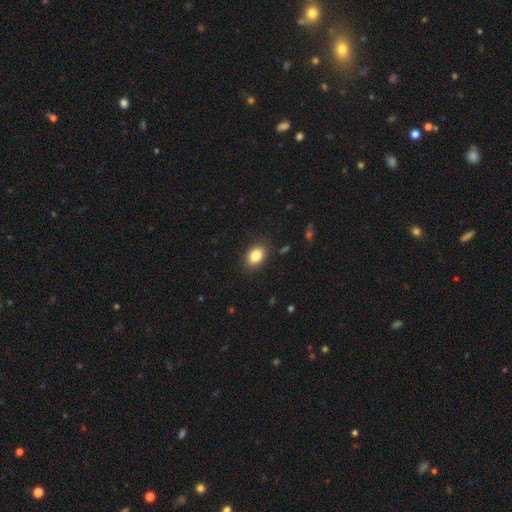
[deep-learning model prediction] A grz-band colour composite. It shows a smooth galaxy with no disk features (84%) that is in between round and cigar-shaped (79%). Merging: none (87%).